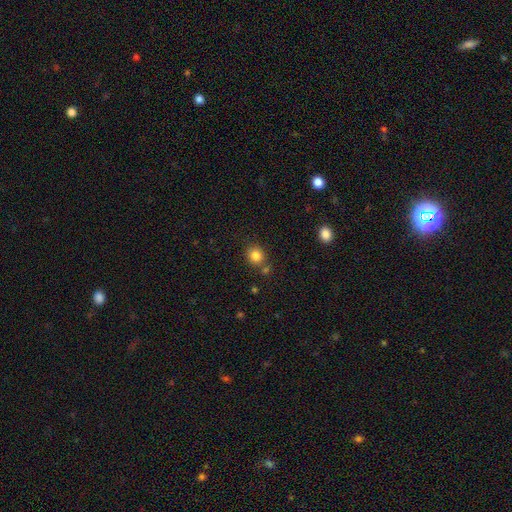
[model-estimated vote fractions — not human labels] Q: Smooth or featured?
A: smooth (83%); runner-up: star or artifact (11%)
Q: How rounded?
A: round (81%); runner-up: in between (18%)
Q: Merging?
A: none (73%); runner-up: merger (13%)